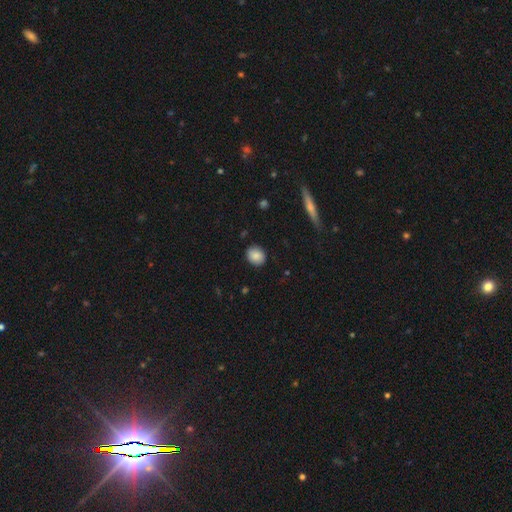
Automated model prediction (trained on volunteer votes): The model was most divided on "how rounded": round: 62%, in between: 37%, cigar-shaped: 1%. More confident: merging — none (88%); smooth or featured — smooth (86%).